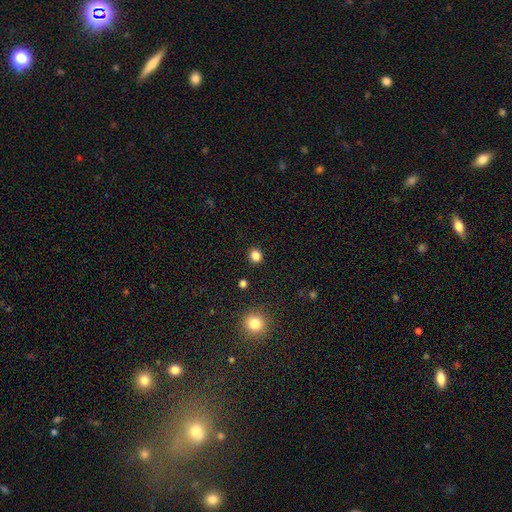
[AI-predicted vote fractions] smooth 83%, star or artifact 13%, featured or disk 4%. Down the decision tree: how rounded — round (81%); merging — none (90%).